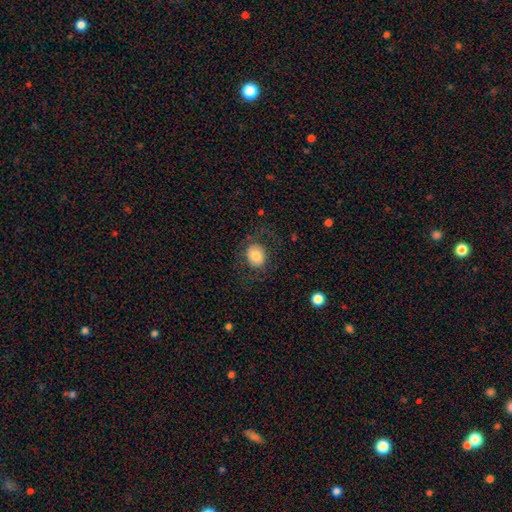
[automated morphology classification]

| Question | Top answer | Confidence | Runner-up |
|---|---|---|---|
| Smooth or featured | smooth | 71% | featured or disk (21%) |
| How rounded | round | 61% | in between (38%) |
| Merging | none | 72% | minor disturbance (14%) |